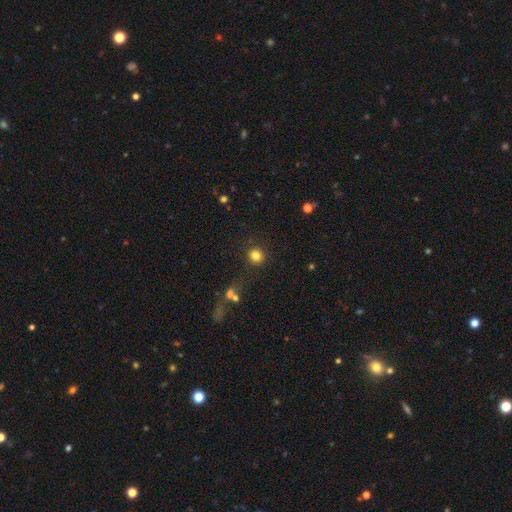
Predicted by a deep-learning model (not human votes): smooth_or_featured: smooth (p=0.82) [alt: star or artifact p=0.13]
how_rounded: round (p=0.90) [alt: in between p=0.09]
merging: none (p=0.87) [alt: minor disturbance p=0.07]